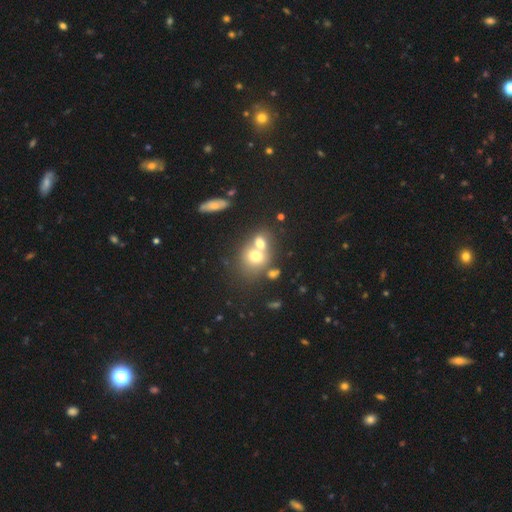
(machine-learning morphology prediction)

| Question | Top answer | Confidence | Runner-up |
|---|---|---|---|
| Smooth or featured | smooth | 67% | featured or disk (21%) |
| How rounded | round | 60% | in between (39%) |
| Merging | merger | 63% | none (26%) |